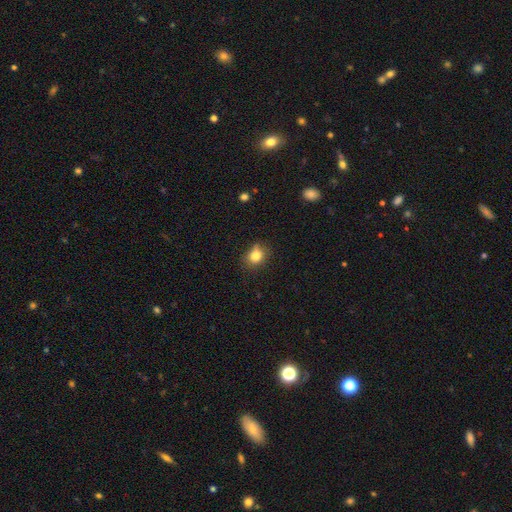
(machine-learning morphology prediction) Overall: smooth (81%). How rounded: round (62%; in between 37%). Merging: none (64%; minor disturbance 27%).